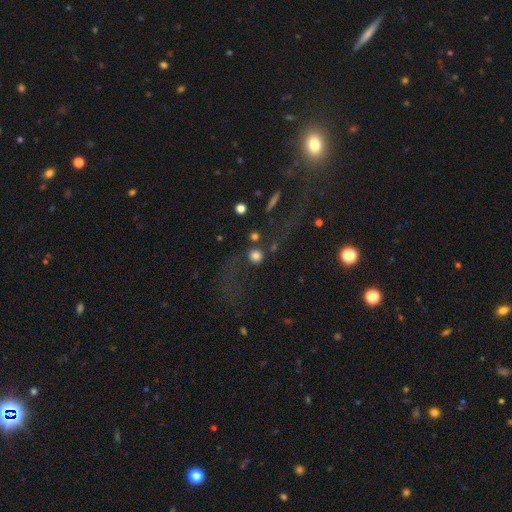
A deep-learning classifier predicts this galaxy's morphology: Smooth or featured? smooth (79%)
How rounded? round (93%)
Merging? none (70%)